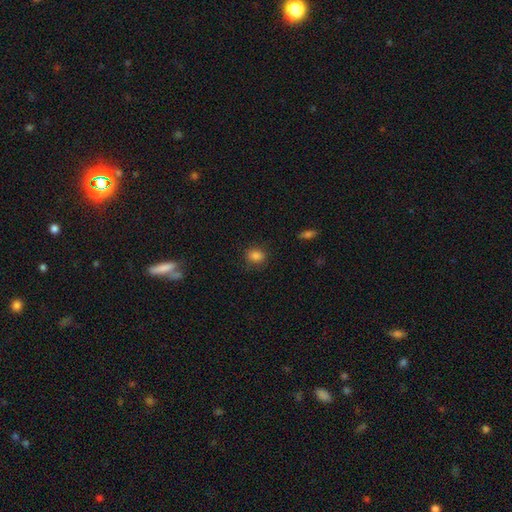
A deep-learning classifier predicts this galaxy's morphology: Q: Smooth or featured?
A: smooth (84%); runner-up: star or artifact (11%)
Q: How rounded?
A: round (52%); runner-up: in between (47%)
Q: Merging?
A: none (82%); runner-up: minor disturbance (13%)